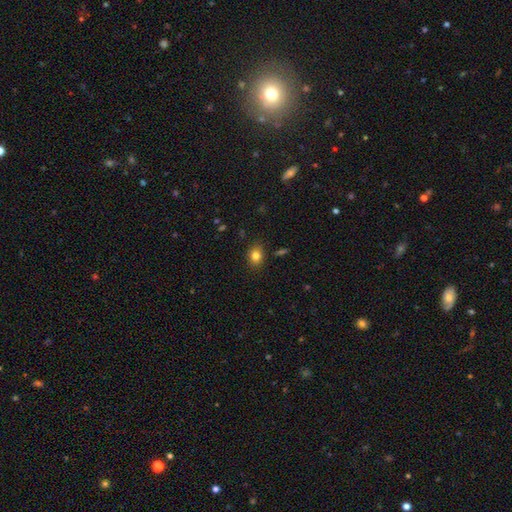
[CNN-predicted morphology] smooth-or-featured: smooth: 82% | star or artifact: 11% | featured or disk: 7%
  how-rounded: in between: 52% | round: 47% | cigar-shaped: 1%
  merging: none: 86% | minor disturbance: 11% | major disturbance: 2% | merger: 1%